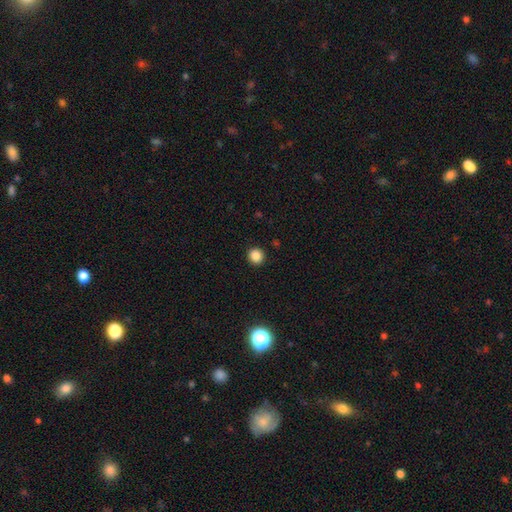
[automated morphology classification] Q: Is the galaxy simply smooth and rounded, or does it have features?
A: smooth — 86%.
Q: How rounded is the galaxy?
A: round — 93%.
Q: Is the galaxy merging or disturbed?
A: none — 93%.